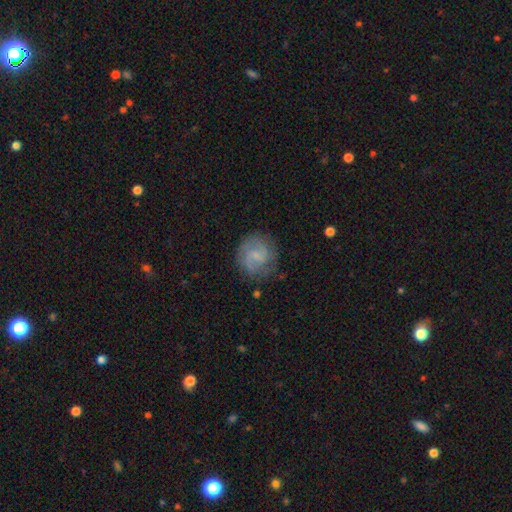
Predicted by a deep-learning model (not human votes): This appears to be a featured or disk galaxy (61%) with a weak bar (47%), 2 (59%) medium (46%) spiral arms (89%) and a small central bulge (60%). Merging: none (75%).